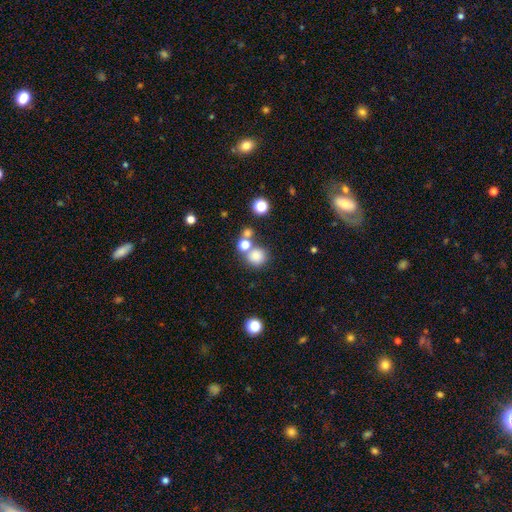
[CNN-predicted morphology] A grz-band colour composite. It shows a smooth galaxy with no disk features (79%) that is round (89%). Merging: none (63%).